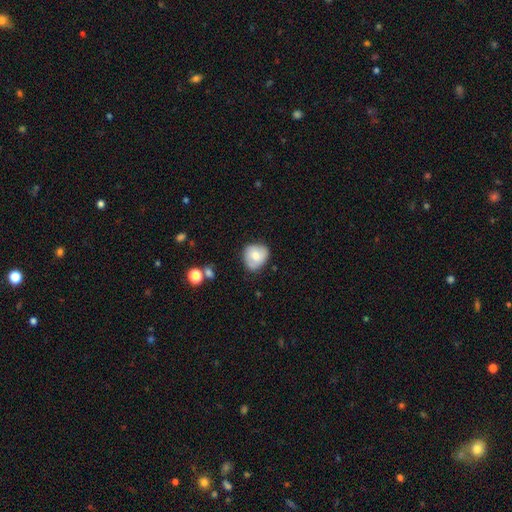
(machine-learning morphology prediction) This is likely a smooth galaxy (67%). How rounded: likely round (69%). Merging: likely none (63%).